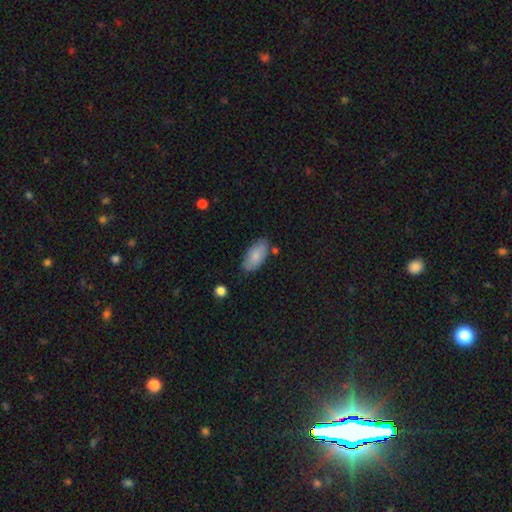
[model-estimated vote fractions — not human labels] Morphology: type=smooth (81%); roundness=in between (93%); merging=none (73%).